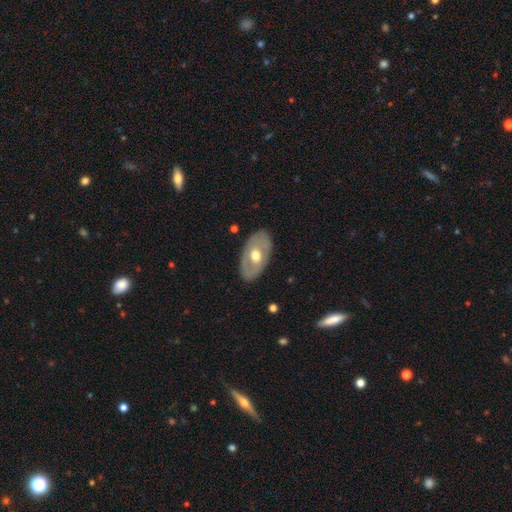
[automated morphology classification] This is possibly a featured or disk galaxy (50%). It is clearly not viewed edge-on (86%). Merging: clearly none (82%).